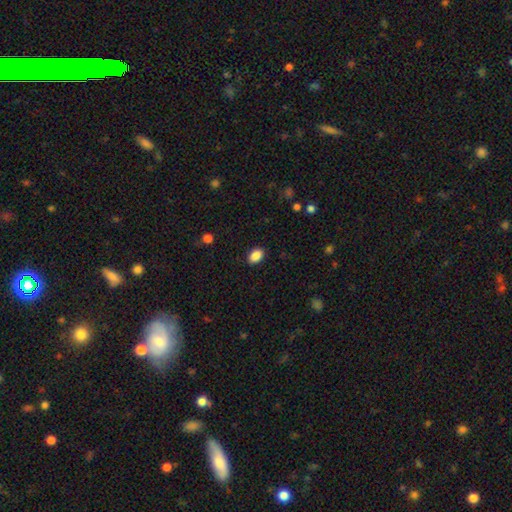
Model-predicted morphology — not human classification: Q: Smooth or featured?
A: smooth (89%); runner-up: star or artifact (8%)
Q: How rounded?
A: in between (85%); runner-up: round (14%)
Q: Merging?
A: none (89%); runner-up: minor disturbance (8%)